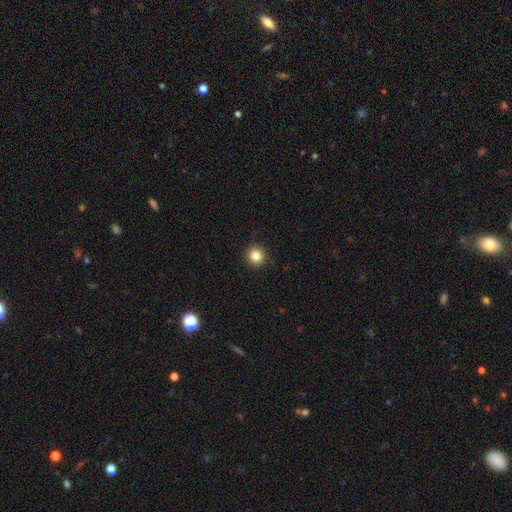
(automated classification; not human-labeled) Morphology: type=smooth (84%); roundness=round (90%); merging=none (92%).